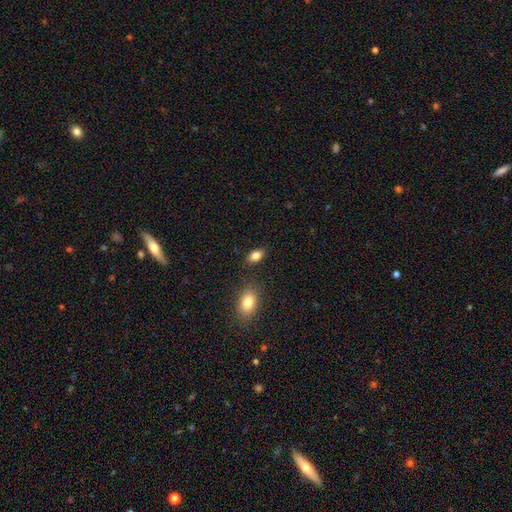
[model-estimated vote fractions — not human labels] Smooth or featured?
  - smooth: 84% *
  - star or artifact: 9%
  - featured or disk: 8%
How rounded?
  - in between: 89% *
  - round: 8%
  - cigar-shaped: 3%
Merging?
  - none: 84% *
  - minor disturbance: 10%
  - merger: 3%
  - major disturbance: 3%